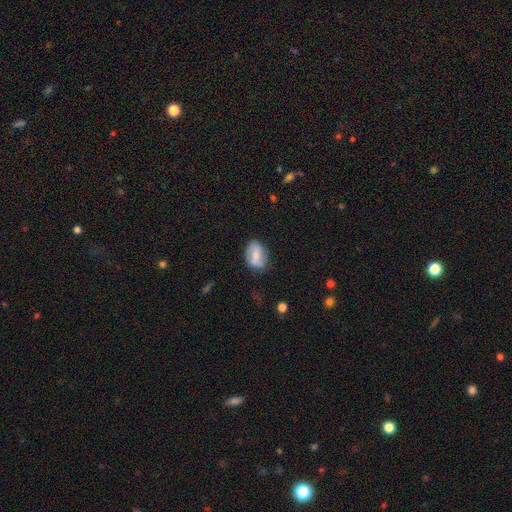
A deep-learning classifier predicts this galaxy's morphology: Smooth or featured? Predicted: smooth (p=0.55). How rounded? Predicted: in between (p=0.80). Merging? Predicted: none (p=0.71).